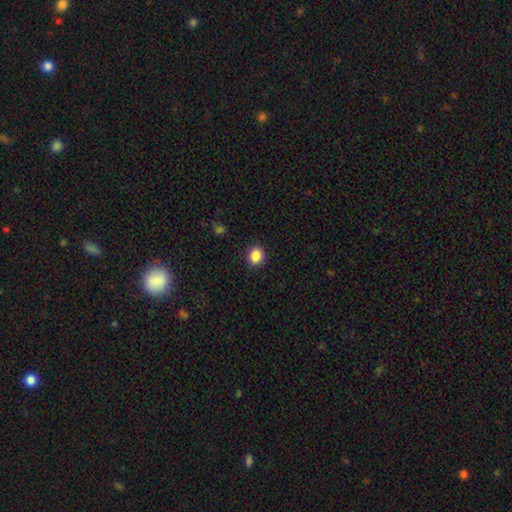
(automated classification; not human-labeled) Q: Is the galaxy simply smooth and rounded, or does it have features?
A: smooth — 87%.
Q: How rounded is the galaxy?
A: round — 66%.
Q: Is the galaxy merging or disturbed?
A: none — 90%.